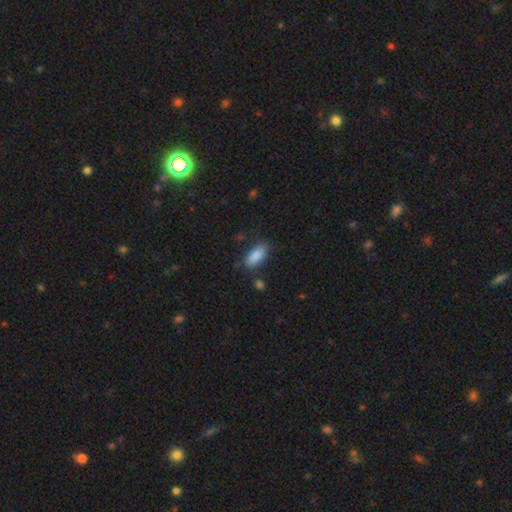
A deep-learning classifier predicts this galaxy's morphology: Q: Smooth or featured?
A: smooth (87%); runner-up: star or artifact (7%)
Q: How rounded?
A: in between (84%); runner-up: cigar-shaped (14%)
Q: Merging?
A: none (79%); runner-up: minor disturbance (15%)